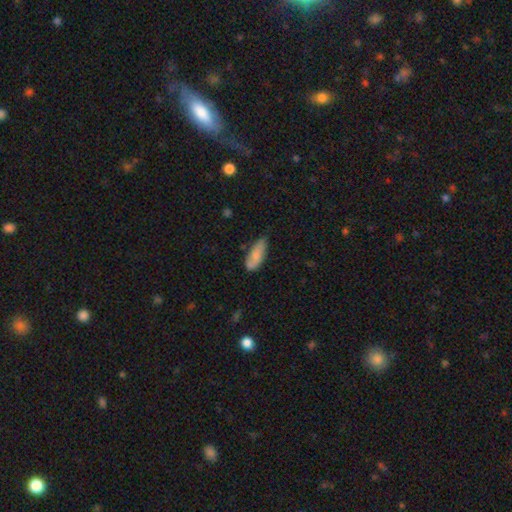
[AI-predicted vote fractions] This appears to be a smooth galaxy with no disk features (77%) that is in between round and cigar-shaped (77%). Merging: none (60%).